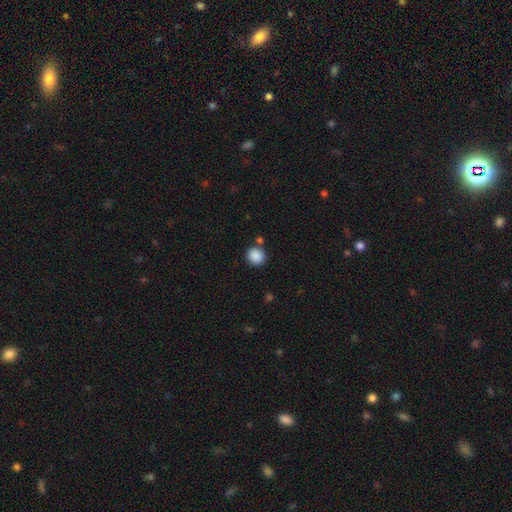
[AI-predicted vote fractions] The model was most divided on "merging": none: 80%, minor disturbance: 9%, merger: 8%, major disturbance: 3%. More confident: smooth or featured — smooth (88%); how rounded — round (86%).